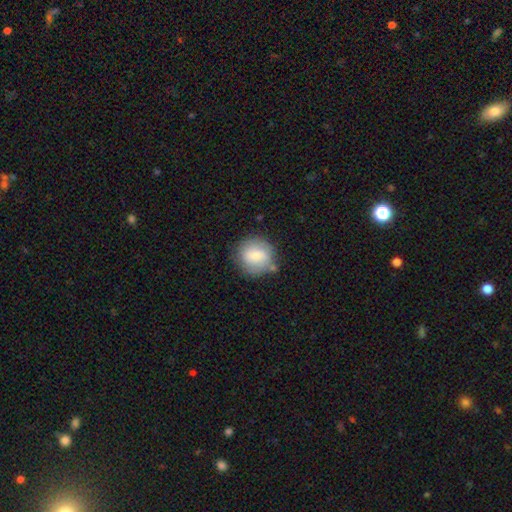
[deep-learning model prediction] smooth-or-featured: smooth: 69% | featured or disk: 24% | star or artifact: 7%
  how-rounded: round: 89% | in between: 10% | cigar-shaped: 1%
  merging: none: 71% | minor disturbance: 17% | merger: 6% | major disturbance: 5%